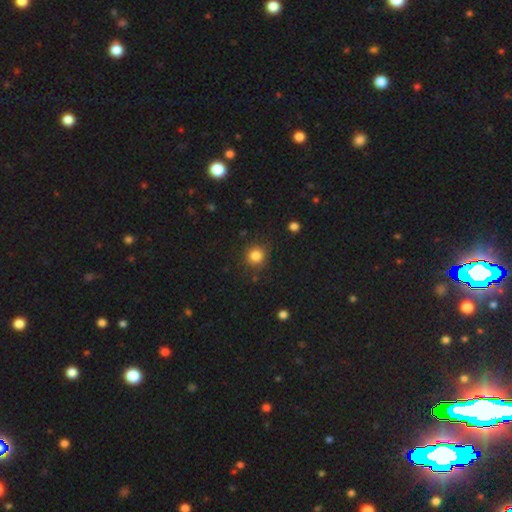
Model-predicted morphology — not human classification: Smooth or featured?
  - smooth: 83% *
  - star or artifact: 12%
  - featured or disk: 5%
How rounded?
  - round: 90% *
  - in between: 9%
  - cigar-shaped: 1%
Merging?
  - none: 85% *
  - minor disturbance: 10%
  - major disturbance: 3%
  - merger: 2%